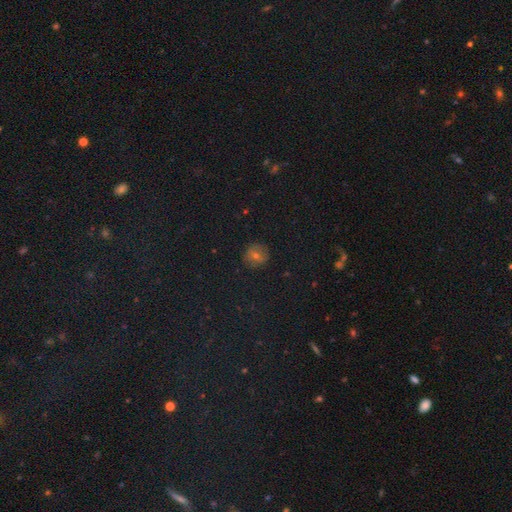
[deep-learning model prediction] Morphology: type=smooth (55%); roundness=round (89%); merging=none (85%).